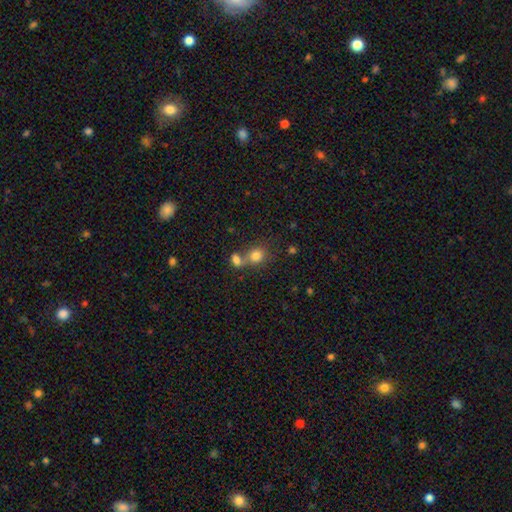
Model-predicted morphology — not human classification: This appears to be a smooth galaxy with no disk features (80%) that is round (71%). Merging: merger (45%).